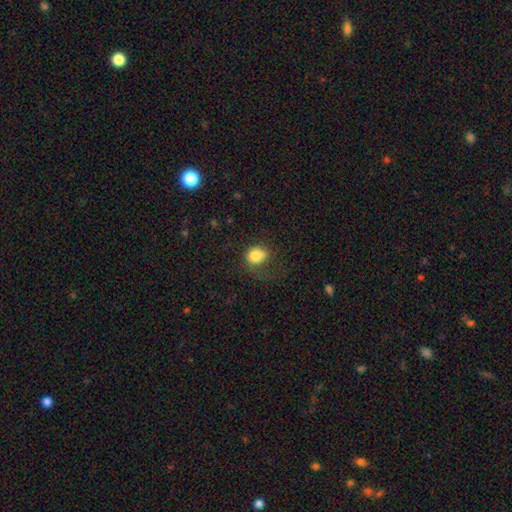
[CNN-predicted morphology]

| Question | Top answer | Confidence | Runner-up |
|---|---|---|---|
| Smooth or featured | smooth | 82% | star or artifact (10%) |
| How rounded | in between | 50% | round (49%) |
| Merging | none | 55% | minor disturbance (23%) |